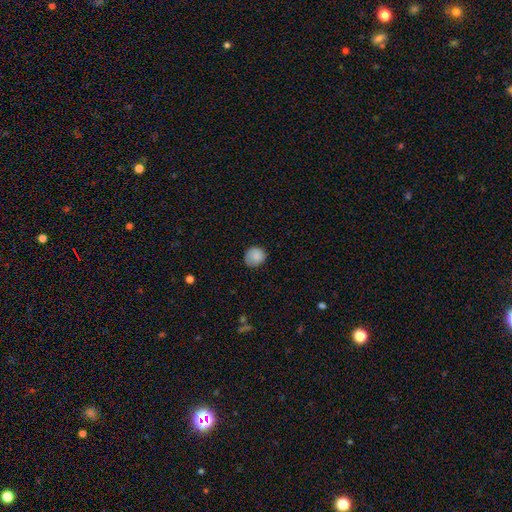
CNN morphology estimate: This is clearly a smooth galaxy (87%). How rounded: clearly round (84%). Merging: likely none (78%).